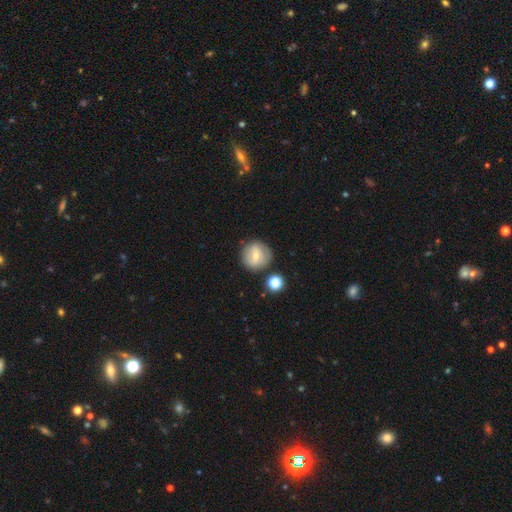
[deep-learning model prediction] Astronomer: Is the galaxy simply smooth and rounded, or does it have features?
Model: smooth — 56% (runner-up: featured or disk, 35%).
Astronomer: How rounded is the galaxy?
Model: round — 92%.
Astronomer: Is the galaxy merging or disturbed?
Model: none — 78%.